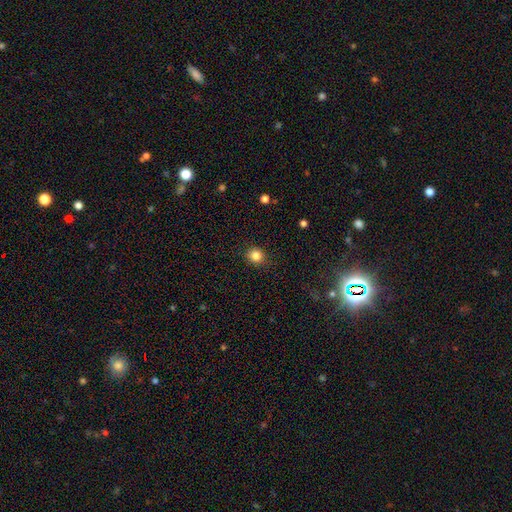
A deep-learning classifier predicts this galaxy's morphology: Smooth or featured? smooth (85%)
How rounded? round (86%)
Merging? none (89%)